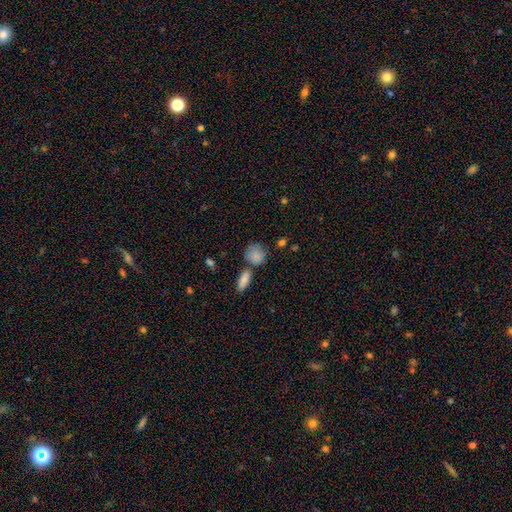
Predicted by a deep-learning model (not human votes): Smooth or featured? smooth (85%)
How rounded? round (72%)
Merging? none (61%)